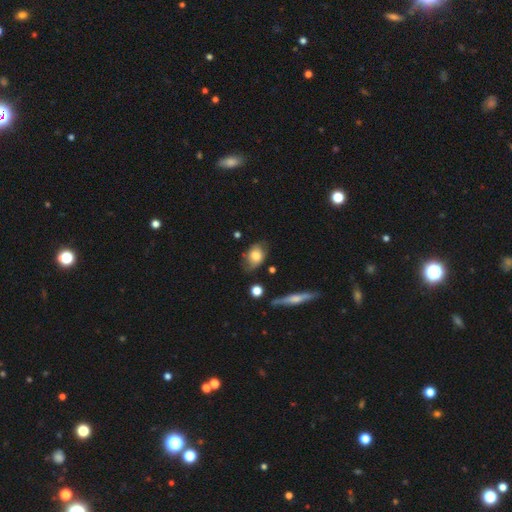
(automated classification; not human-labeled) Smooth or featured? Predicted: smooth (p=0.70). How rounded? Predicted: in between (p=0.77). Merging? Predicted: none (p=0.59).